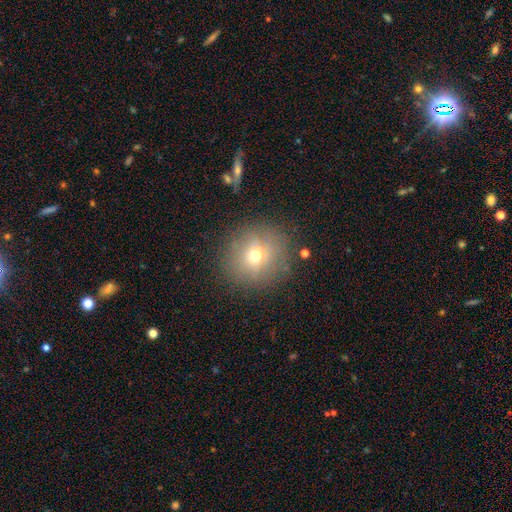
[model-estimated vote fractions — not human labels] A smooth galaxy with no disk features (62%) that is round (91%).

Vote fractions:
- Smooth or featured? smooth: 62% / featured or disk: 22% / star or artifact: 16%
- How rounded? round: 91% / in between: 8% / cigar-shaped: 1%
- Merging? none: 83% / minor disturbance: 11% / major disturbance: 5% / merger: 2%